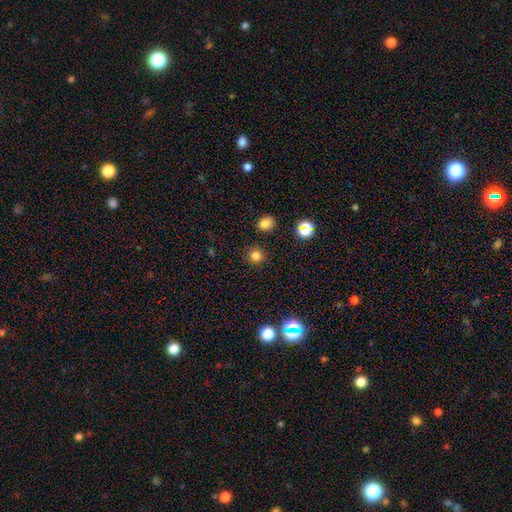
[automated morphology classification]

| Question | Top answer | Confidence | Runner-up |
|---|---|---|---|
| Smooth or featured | smooth | 78% | star or artifact (17%) |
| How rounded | round | 93% | in between (6%) |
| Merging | none | 89% | minor disturbance (6%) |